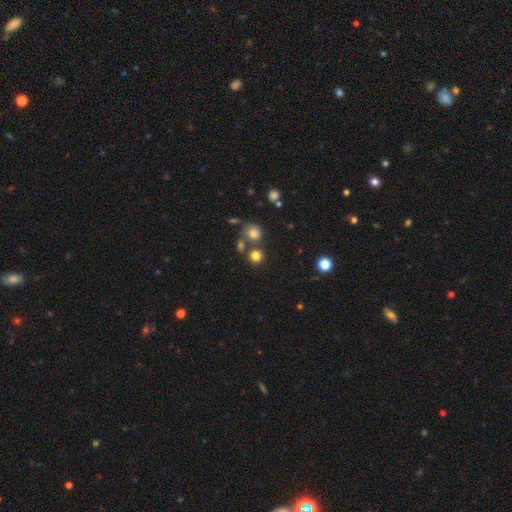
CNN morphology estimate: Overall: smooth (79%). How rounded: round (89%). Merging: none (68%).